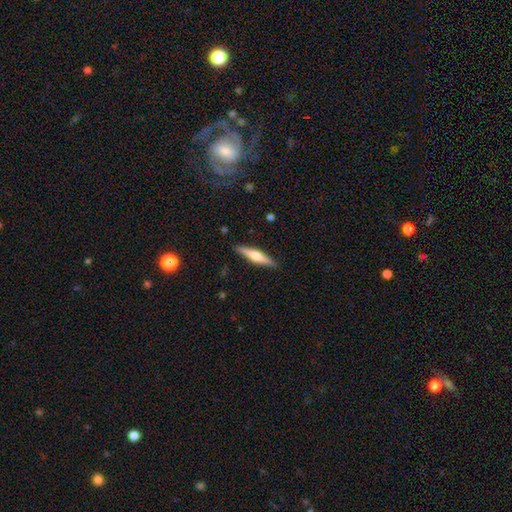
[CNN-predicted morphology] Overall: featured or disk (55%; smooth 39%). Edge-on disk: yes (96%). Edge-on bulge: rounded (85%). Merging: none (90%).